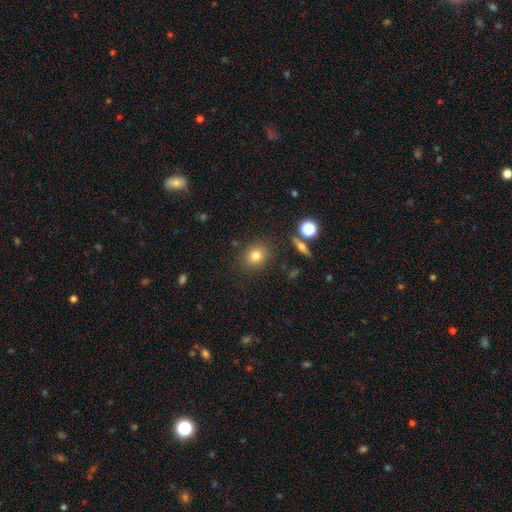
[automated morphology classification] smooth-or-featured: smooth: 78% | star or artifact: 13% | featured or disk: 9%
  how-rounded: round: 71% | in between: 27% | cigar-shaped: 1%
  merging: none: 85% | minor disturbance: 9% | major disturbance: 3% | merger: 3%